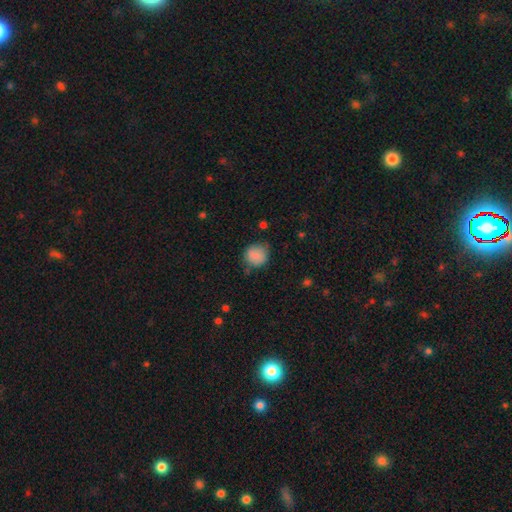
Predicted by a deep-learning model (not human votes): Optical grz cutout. It shows a smooth galaxy with no disk features (85%) that is round (84%). Merging: none (72%).